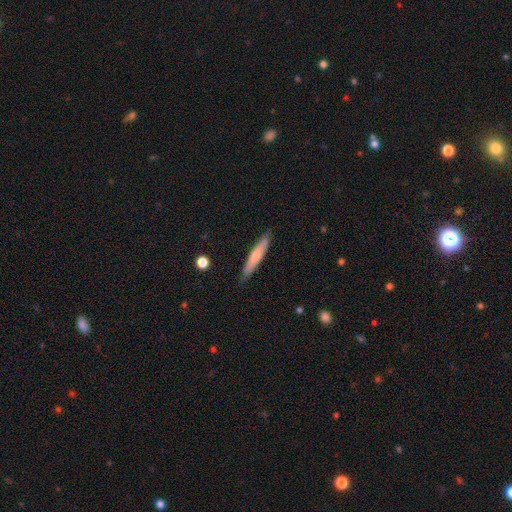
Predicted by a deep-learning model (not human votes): smooth-or-featured: smooth: 62% | featured or disk: 32% | star or artifact: 6%
  how-rounded: cigar-shaped: 91% | in between: 8% | round: 1%
  merging: none: 85% | minor disturbance: 12% | major disturbance: 2% | merger: 1%